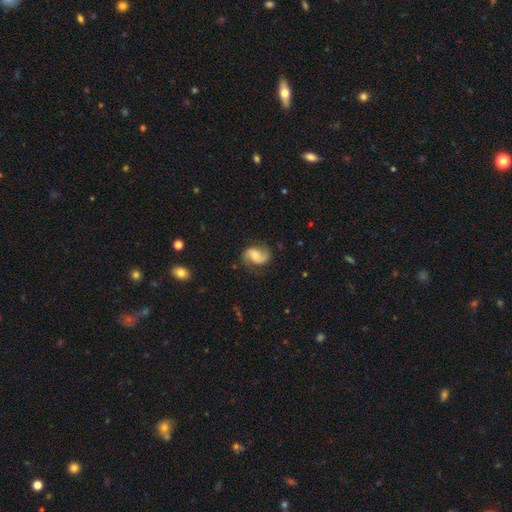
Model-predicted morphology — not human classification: Overall: featured or disk (73%). Edge-on disk: no (98%). Bar: no (51%; weak 39%). Spiral arms: yes (95%). Spiral arm count: 2 (90%). Spiral winding: loose (44%; medium 41%). Bulge size: small (39%; moderate 38%). Merging: none (74%).